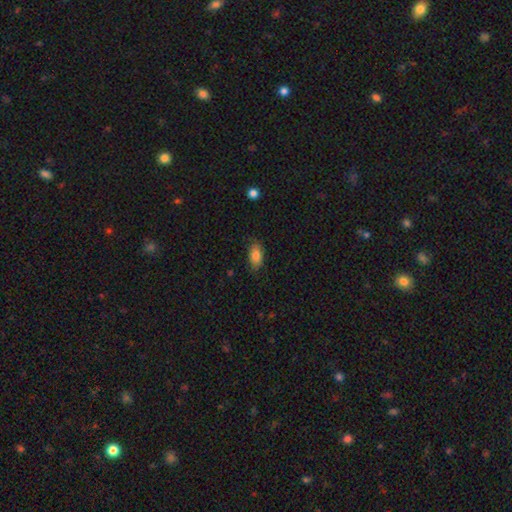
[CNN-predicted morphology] smooth_or_featured: smooth (p=0.83) [alt: featured or disk p=0.09]
how_rounded: in between (p=0.90) [alt: round p=0.05]
merging: none (p=0.80) [alt: minor disturbance p=0.15]